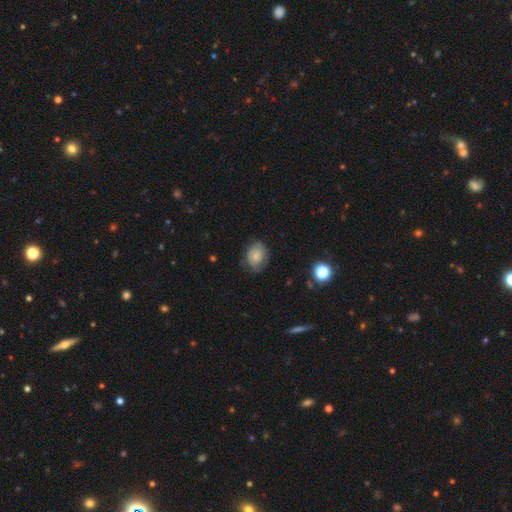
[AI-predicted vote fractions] The model was most divided on "how rounded": in between: 57%, round: 42%, cigar-shaped: 1%. More confident: smooth or featured — smooth (69%); merging — none (65%).